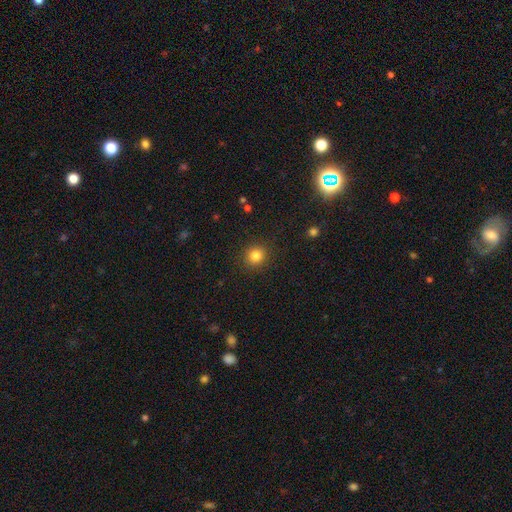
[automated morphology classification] smooth_or_featured: smooth (p=0.83) [alt: star or artifact p=0.12]
how_rounded: round (p=0.91) [alt: in between p=0.09]
merging: none (p=0.91) [alt: minor disturbance p=0.06]